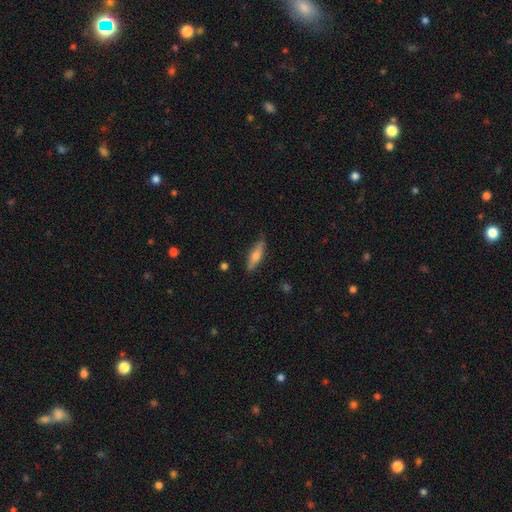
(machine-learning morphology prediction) A smooth galaxy with no disk features (58%) that is cigar-shaped (67%). Merging: none (85%).